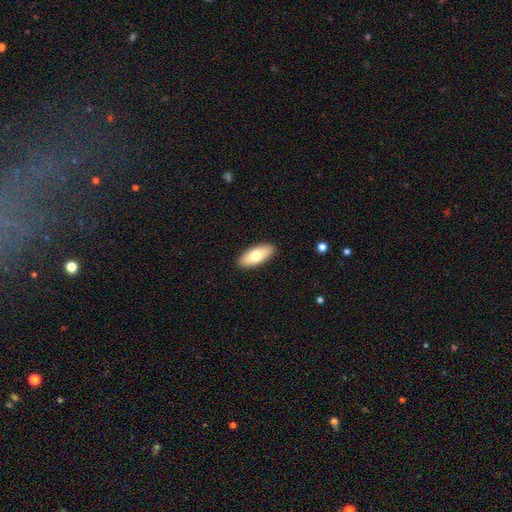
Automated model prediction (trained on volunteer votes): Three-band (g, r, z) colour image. It shows a smooth galaxy with no disk features (73%) that is in between round and cigar-shaped (83%). Merging: none (91%).